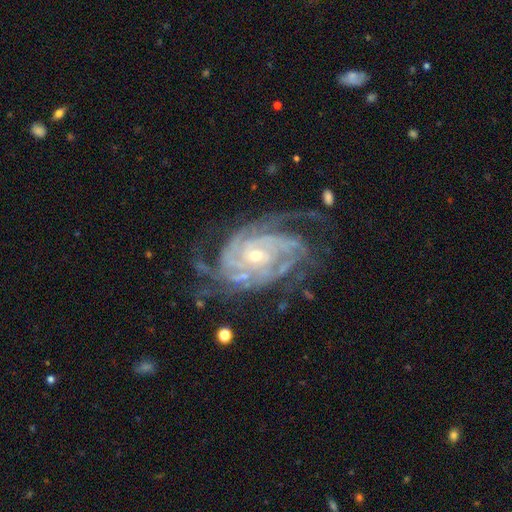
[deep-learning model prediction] A featured or disk galaxy (92%) with no bar (65%), 4 (27%) tight (69%) spiral arms (98%) and a small central bulge (59%). Merging: none (63%).